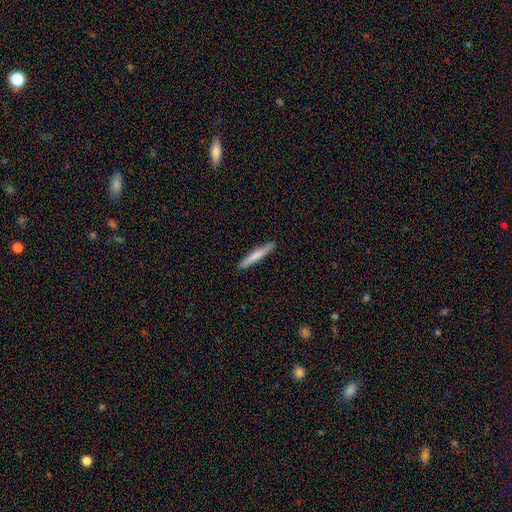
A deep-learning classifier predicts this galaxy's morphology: Smooth or featured?
  - smooth: 72% *
  - featured or disk: 23%
  - star or artifact: 5%
How rounded?
  - cigar-shaped: 95% *
  - in between: 4%
  - round: 1%
Merging?
  - none: 91% *
  - minor disturbance: 7%
  - major disturbance: 1%
  - merger: 1%